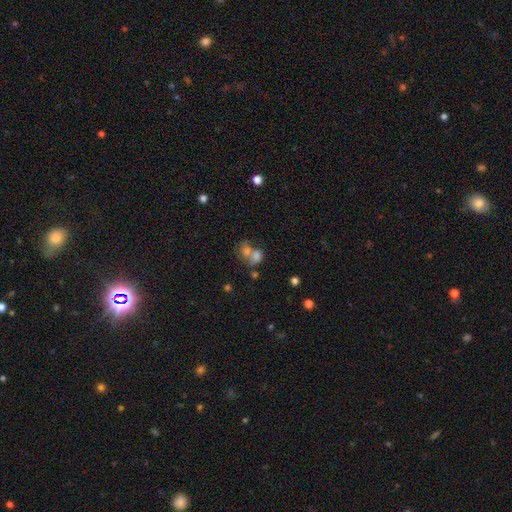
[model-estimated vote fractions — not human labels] Smooth or featured?
  - smooth: 70% *
  - featured or disk: 17%
  - star or artifact: 13%
How rounded?
  - in between: 50% *
  - round: 48%
  - cigar-shaped: 1%
Merging?
  - merger: 62% *
  - none: 23%
  - minor disturbance: 8%
  - major disturbance: 7%